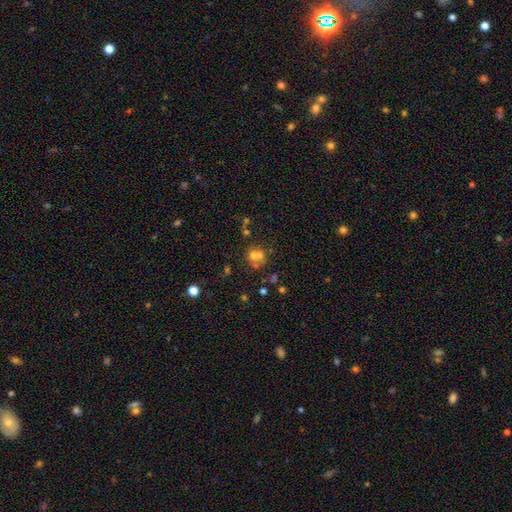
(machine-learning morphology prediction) A smooth galaxy with no disk features (59%) that is round (74%).

Vote fractions:
- Smooth or featured? smooth: 59% / featured or disk: 23% / star or artifact: 18%
- How rounded? round: 74% / in between: 25% / cigar-shaped: 1%
- Merging? merger: 51% / none: 35% / minor disturbance: 9% / major disturbance: 6%